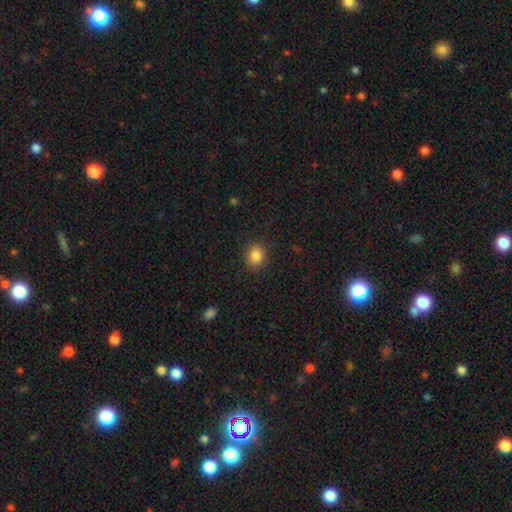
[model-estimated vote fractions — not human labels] Q: Smooth or featured?
A: smooth (85%); runner-up: star or artifact (10%)
Q: How rounded?
A: round (66%); runner-up: in between (33%)
Q: Merging?
A: none (88%); runner-up: minor disturbance (9%)